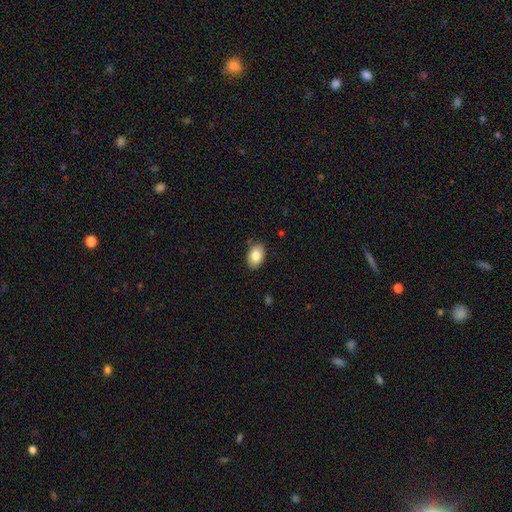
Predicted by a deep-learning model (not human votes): This is clearly a smooth galaxy (84%). How rounded: clearly in between (89%). Merging: clearly none (86%).